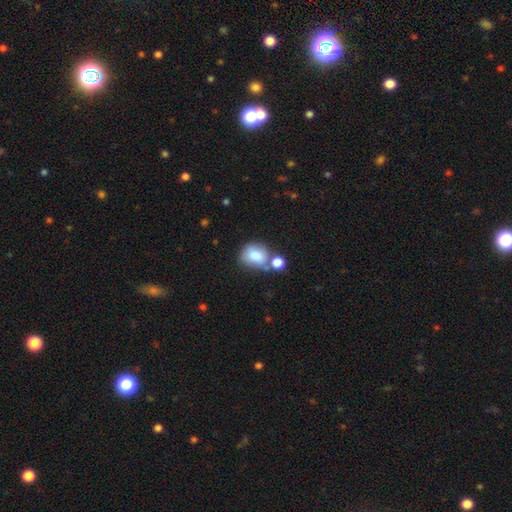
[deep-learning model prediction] This appears to be a smooth galaxy with no disk features (80%) that is round (49%, tied with in between). Merging: none (39%).